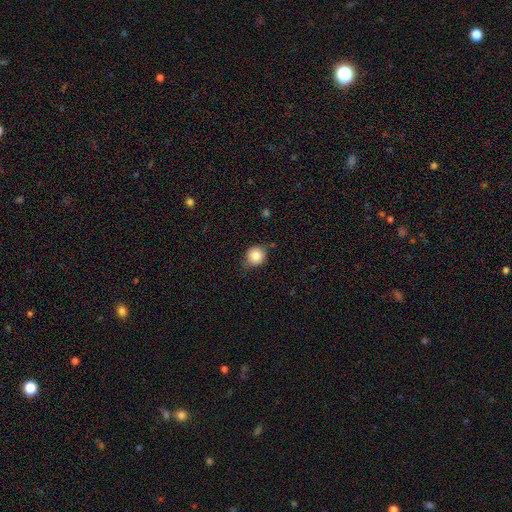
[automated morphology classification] type=smooth (83%); roundness=round (84%); merging=none (73%).